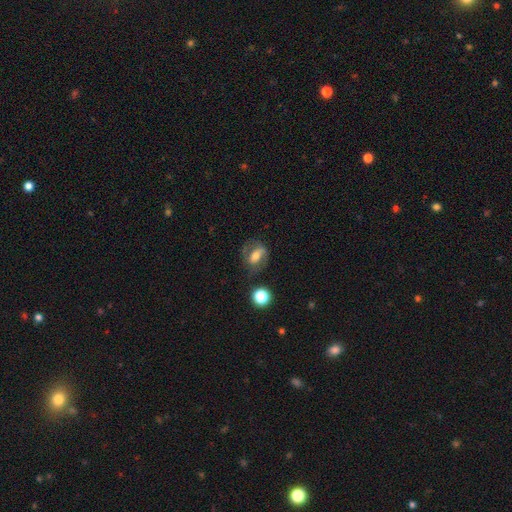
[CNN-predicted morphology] Smooth or featured? Predicted: featured or disk (p=0.57). Edge-on disk? Predicted: no (p=0.94). Bar? Predicted: strong (p=0.40). Spiral arms? Predicted: yes (p=0.77). Bulge size? Predicted: moderate (p=0.55). Merging? Predicted: none (p=0.67).